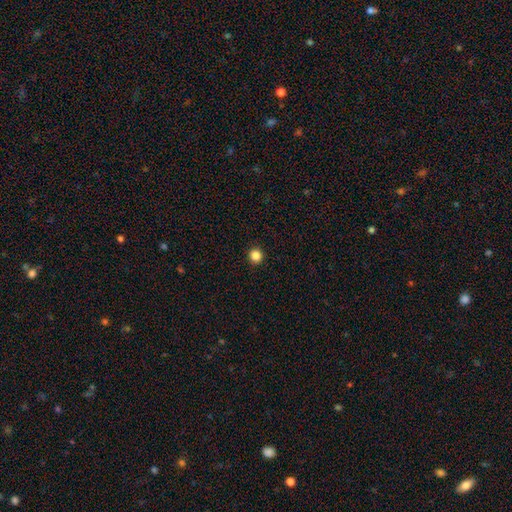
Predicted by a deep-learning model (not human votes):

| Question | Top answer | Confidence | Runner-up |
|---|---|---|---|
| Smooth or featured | smooth | 85% | star or artifact (12%) |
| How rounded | round | 93% | in between (6%) |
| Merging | none | 93% | minor disturbance (4%) |